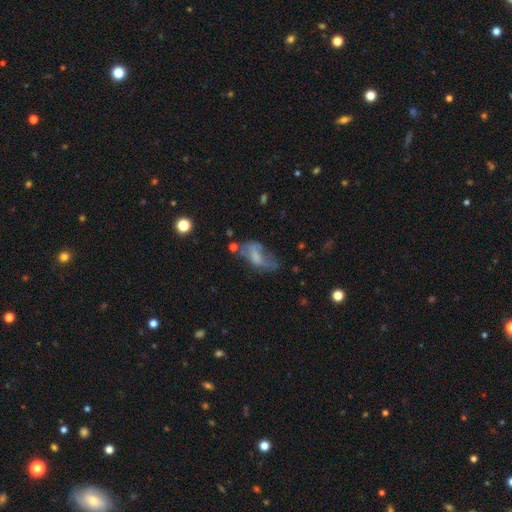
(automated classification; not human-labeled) This is possibly a smooth galaxy (48%). Merging: marginally major disturbance (33%).